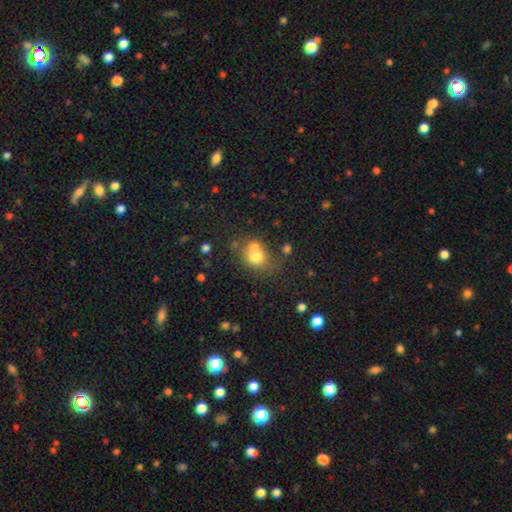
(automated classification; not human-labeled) This is likely a smooth galaxy (73%). How rounded: likely round (62%). Merging: marginally merger (40%).